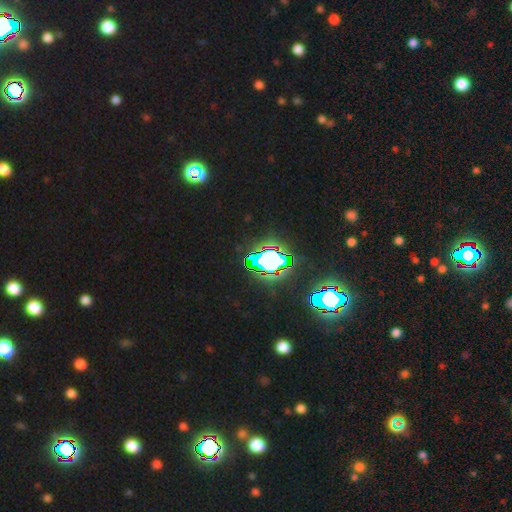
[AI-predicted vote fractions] A star or artifact, not a galaxy (82%).